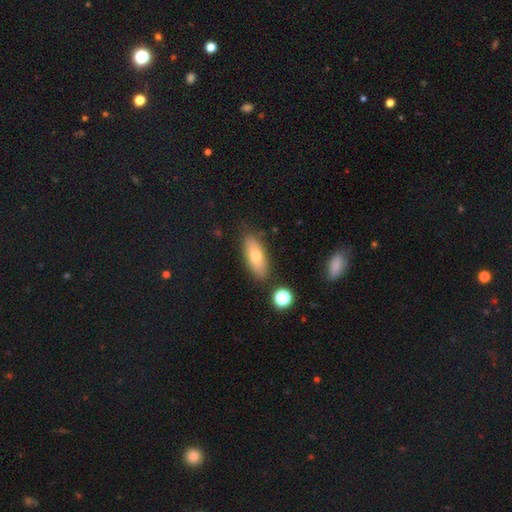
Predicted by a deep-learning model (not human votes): smooth 70%, featured or disk 22%, star or artifact 8%. Down the decision tree: how rounded — in between (72%); merging — none (81%).